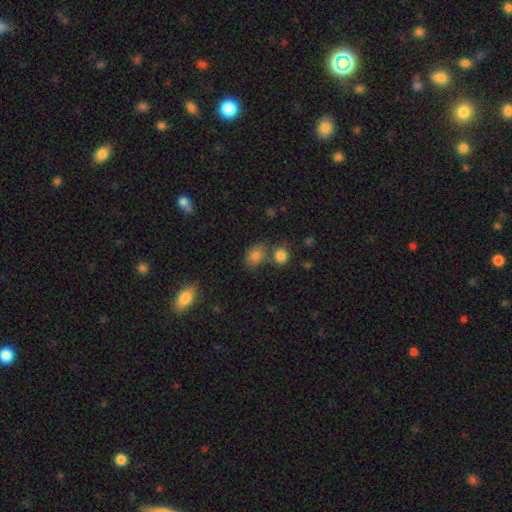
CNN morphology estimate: Smooth or featured? smooth (81%)
How rounded? in between (64%)
Merging? none (60%)